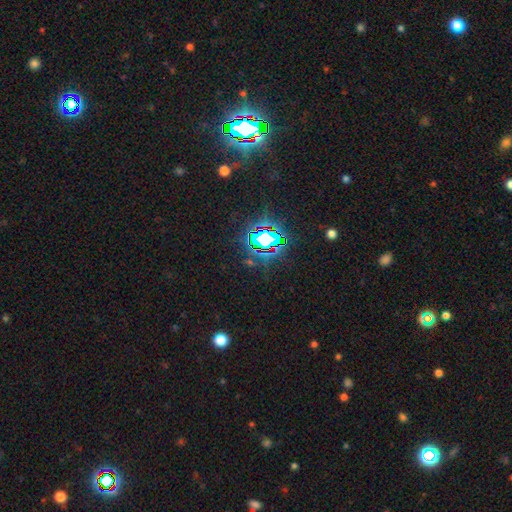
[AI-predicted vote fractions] Smooth or featured? star or artifact (81%)